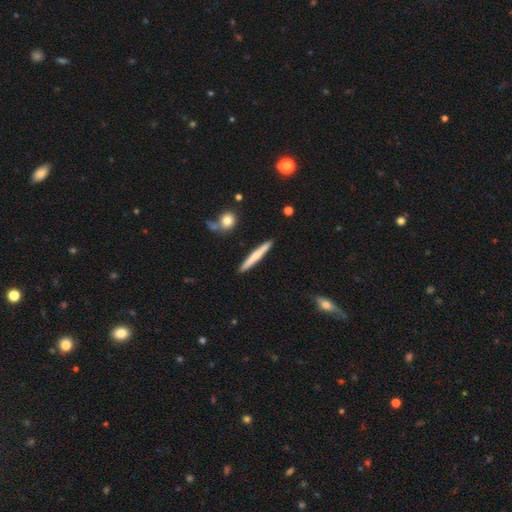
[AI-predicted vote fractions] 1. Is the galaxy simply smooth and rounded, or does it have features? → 58% smooth, 37% featured or disk, 5% star or artifact.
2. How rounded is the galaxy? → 95% cigar-shaped, 3% in between, 2% round.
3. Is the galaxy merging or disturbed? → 89% none, 7% minor disturbance, 2% merger, 2% major disturbance.